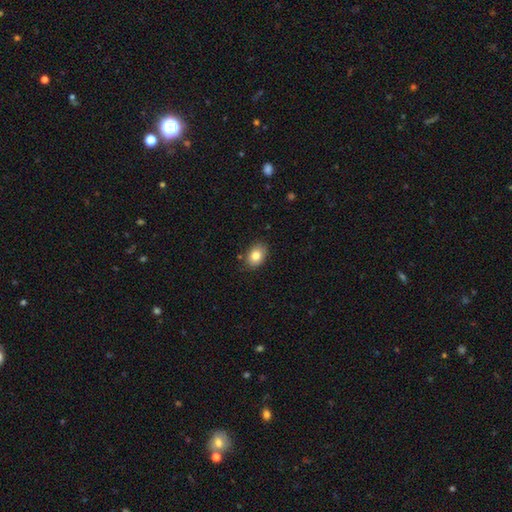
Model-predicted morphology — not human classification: The model was most divided on "how rounded": in between: 76%, round: 23%, cigar-shaped: 1%. More confident: merging — none (83%); smooth or featured — smooth (83%).